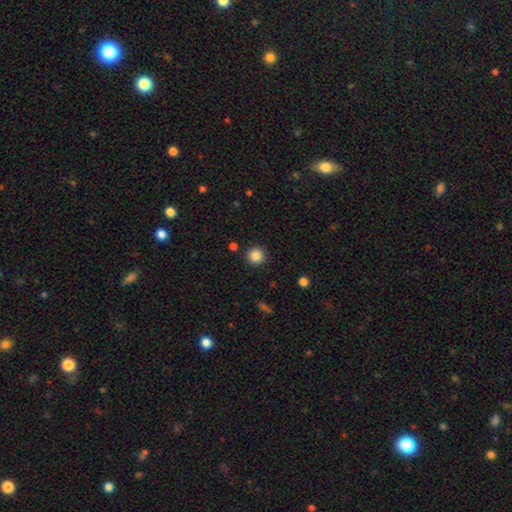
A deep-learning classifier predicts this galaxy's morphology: Q: Smooth or featured?
A: smooth (86%); runner-up: star or artifact (10%)
Q: How rounded?
A: round (94%); runner-up: in between (5%)
Q: Merging?
A: none (91%); runner-up: minor disturbance (5%)